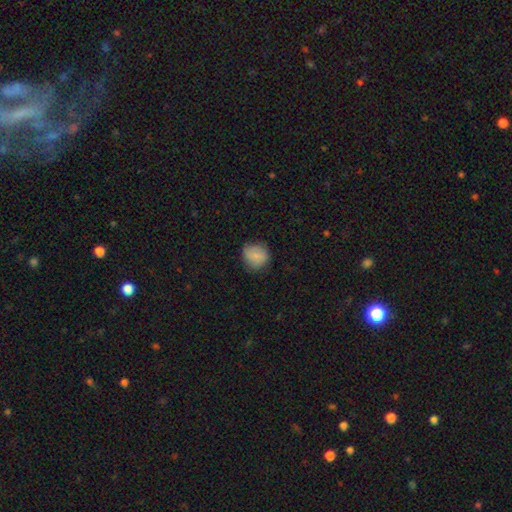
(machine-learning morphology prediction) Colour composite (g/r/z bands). It shows a smooth galaxy with no disk features (81%) that is round (82%). Merging: none (72%).